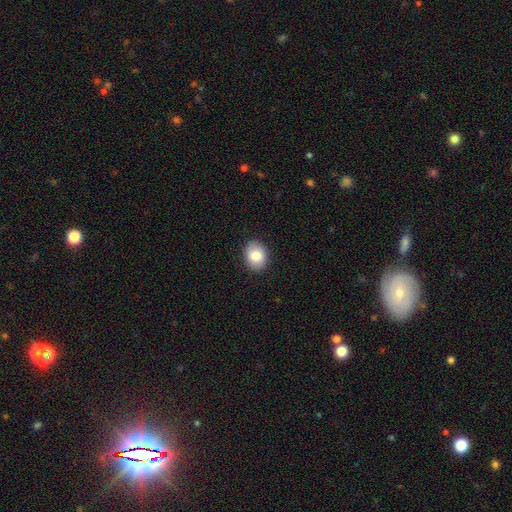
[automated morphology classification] Overall: smooth (84%). How rounded: in between (59%; round 40%). Merging: none (89%).